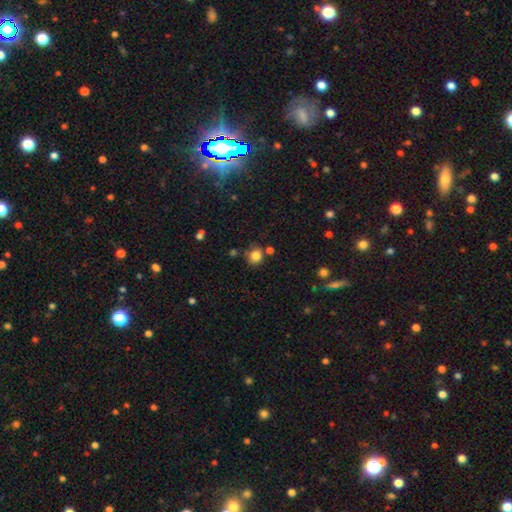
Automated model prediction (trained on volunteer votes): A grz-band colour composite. It shows a smooth galaxy with no disk features (82%) that is round (79%). Merging: none (74%).